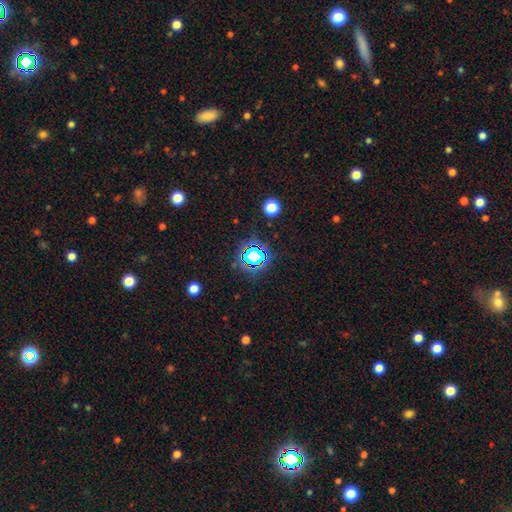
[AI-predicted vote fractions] This appears to be a star or artifact, not a galaxy (68%).